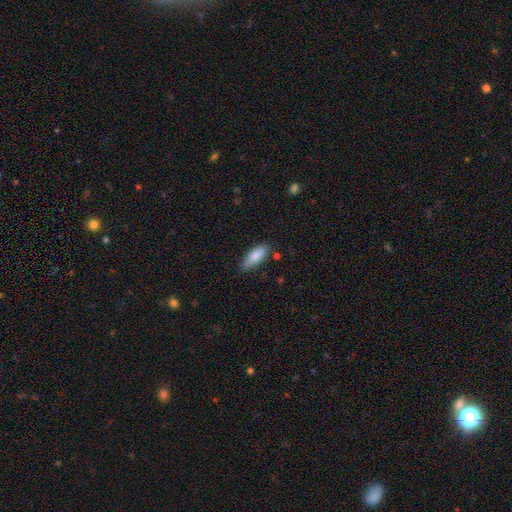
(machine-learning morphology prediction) The model was most divided on "how rounded": in between: 66%, cigar-shaped: 32%, round: 2%. More confident: smooth or featured — smooth (82%); merging — none (79%).